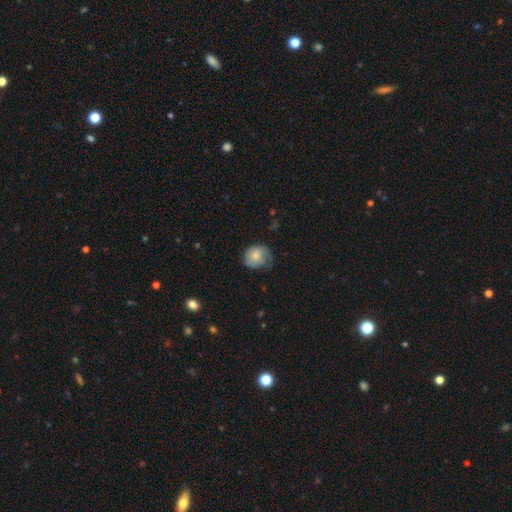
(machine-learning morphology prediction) This is likely a smooth galaxy (69%). How rounded: likely round (71%). Merging: possibly none (51%).